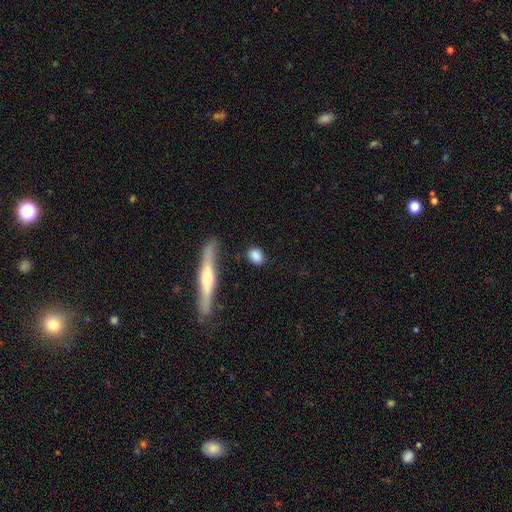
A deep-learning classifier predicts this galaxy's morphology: Overall: smooth (84%). How rounded: in between (52%; round 40%). Merging: none (79%).